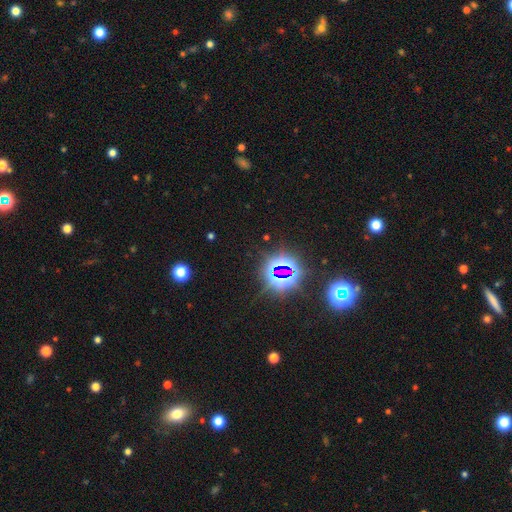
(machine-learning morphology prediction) A star or artifact, not a galaxy (77%).